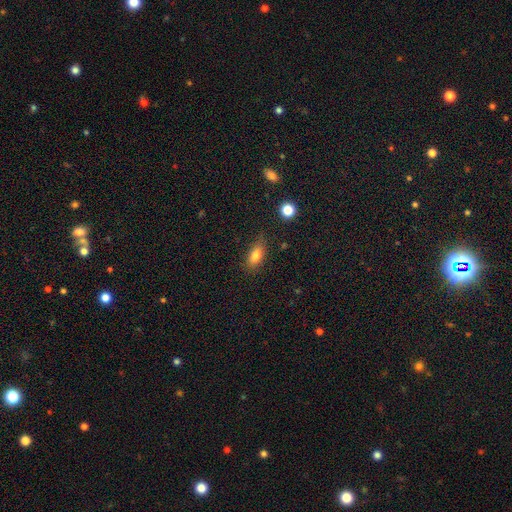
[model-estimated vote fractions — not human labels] Smooth or featured: smooth — 79% (featured or disk — 11%)
How rounded: in between — 81% (cigar-shaped — 11%)
Merging: none — 74% (minor disturbance — 19%)